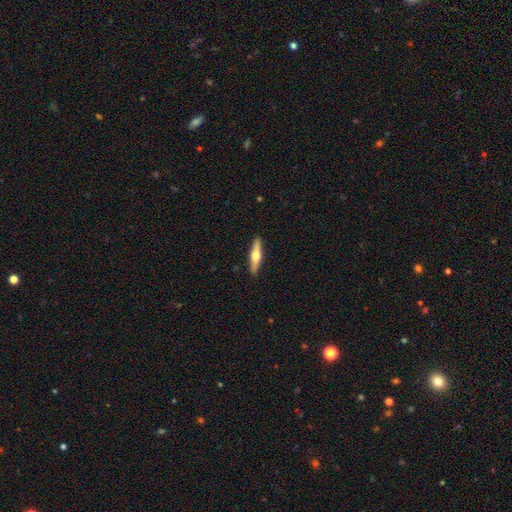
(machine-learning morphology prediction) This is possibly a featured or disk galaxy (60%). It is clearly viewed edge-on (96%). Edge-on bulge: clearly rounded (96%). Merging: clearly none (91%).